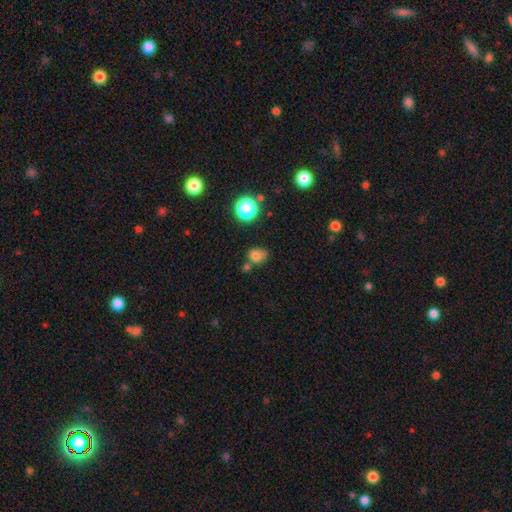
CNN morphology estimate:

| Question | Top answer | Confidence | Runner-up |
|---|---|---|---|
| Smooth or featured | smooth | 75% | star or artifact (15%) |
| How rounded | round | 56% | in between (43%) |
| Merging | none | 47% | minor disturbance (24%) |